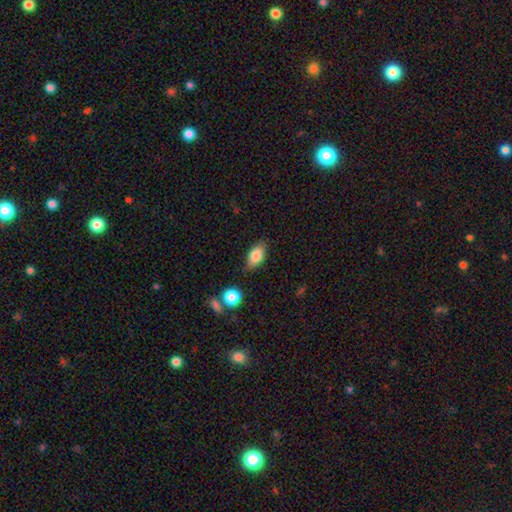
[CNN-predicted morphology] This is clearly a smooth galaxy (81%). How rounded: clearly in between (89%). Merging: likely none (77%).